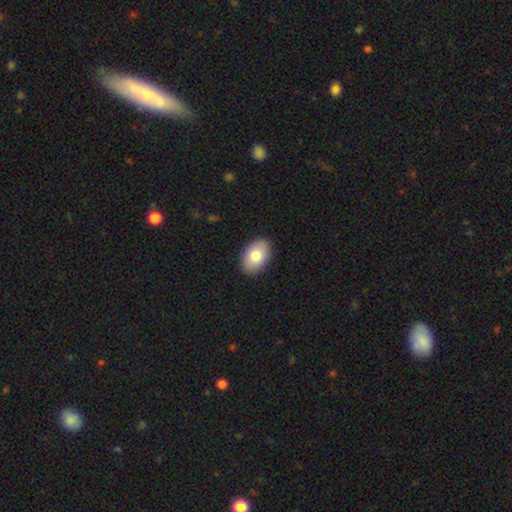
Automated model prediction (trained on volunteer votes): Smooth or featured? Predicted: smooth (p=0.80). How rounded? Predicted: in between (p=0.88). Merging? Predicted: none (p=0.90).